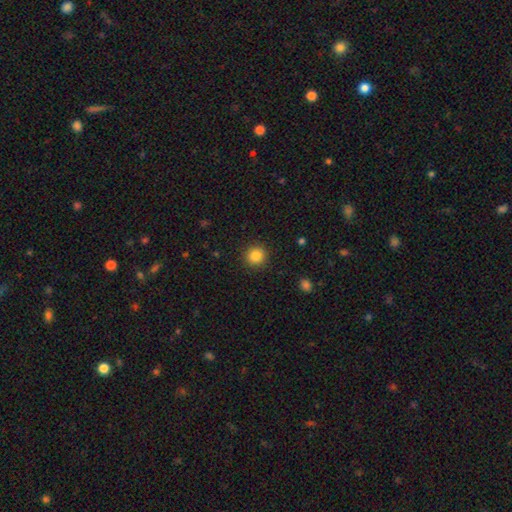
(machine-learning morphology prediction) A smooth galaxy with no disk features (85%) that is round (93%). Merging: none (91%).